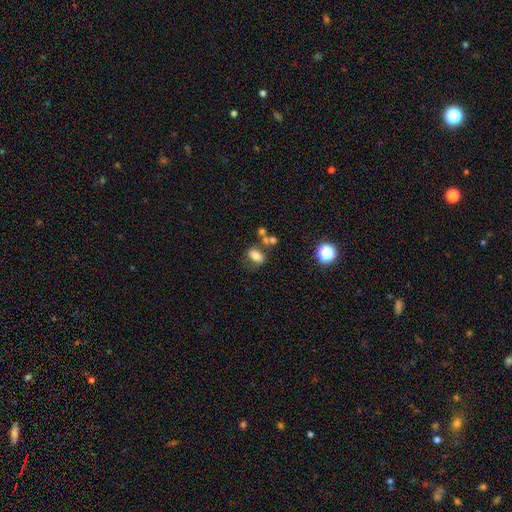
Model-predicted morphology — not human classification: A smooth galaxy with no disk features (70%) that is in between round and cigar-shaped (80%).

Vote fractions:
- Smooth or featured? smooth: 70% / featured or disk: 18% / star or artifact: 12%
- How rounded? in between: 80% / round: 17% / cigar-shaped: 3%
- Merging? none: 48% / minor disturbance: 21% / merger: 18% / major disturbance: 13%